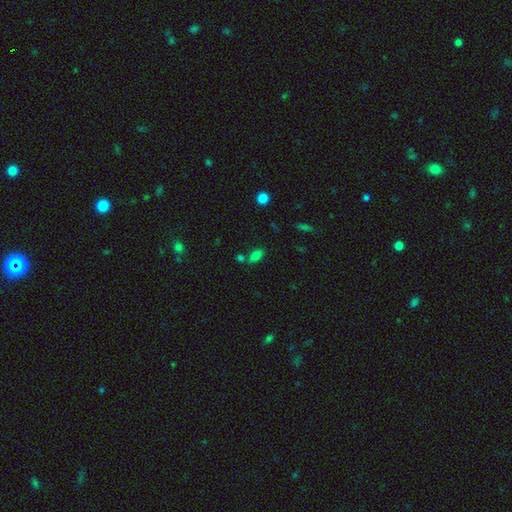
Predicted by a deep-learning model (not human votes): This is likely a smooth galaxy (78%). How rounded: clearly in between (87%). Merging: likely none (64%).